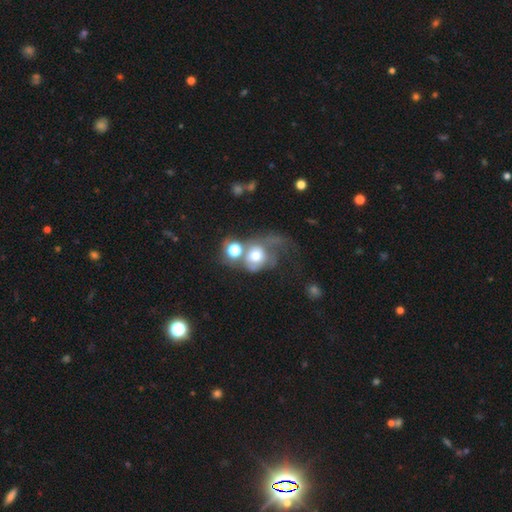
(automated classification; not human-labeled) The model was most divided on "merging": merger: 38%, major disturbance: 34%, none: 17%, minor disturbance: 11%. More confident: how rounded — round (71%); smooth or featured — smooth (53%).